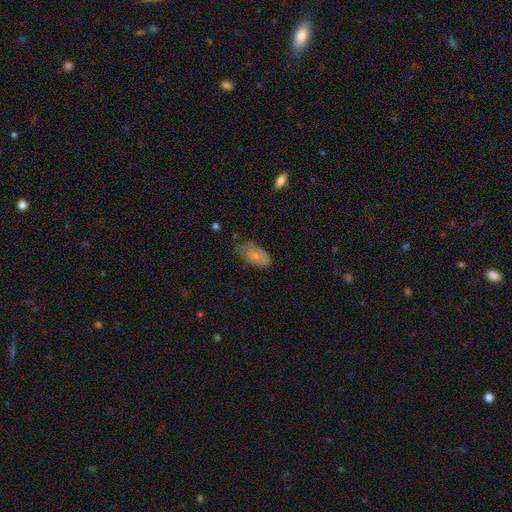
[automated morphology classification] The model was most divided on "merging": none: 51%, minor disturbance: 36%, major disturbance: 11%, merger: 2%. More confident: how rounded — in between (93%); smooth or featured — smooth (69%).